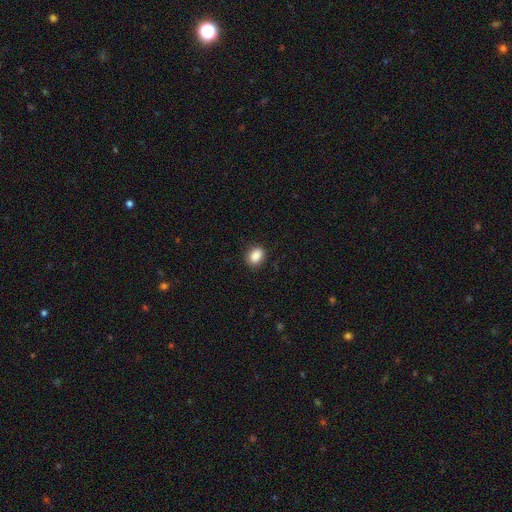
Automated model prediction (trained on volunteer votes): Smooth or featured? Predicted: smooth (p=0.89). How rounded? Predicted: in between (p=0.68). Merging? Predicted: none (p=0.86).